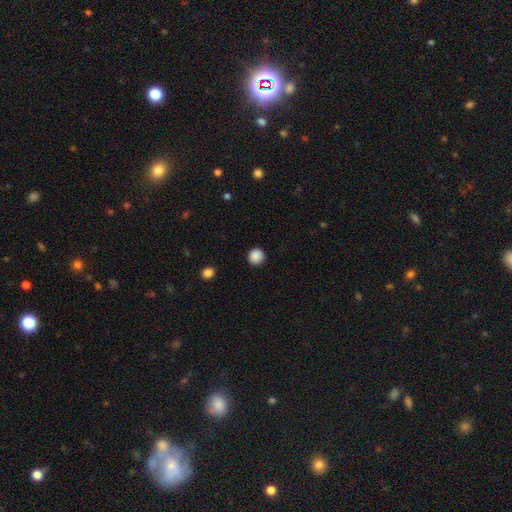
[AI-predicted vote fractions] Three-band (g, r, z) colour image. It shows a smooth galaxy with no disk features (88%) that is round (87%). Merging: none (89%).